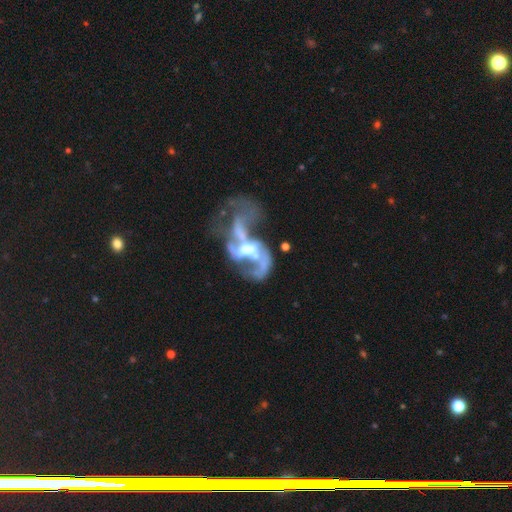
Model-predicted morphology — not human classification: type=featured or disk (80%); edge-on=no (97%); bar=no (42%); spiral arms=yes (68%); winding=loose (62%); arm count=2 (52%); bulge=moderate (50%); merging=merger (42%).